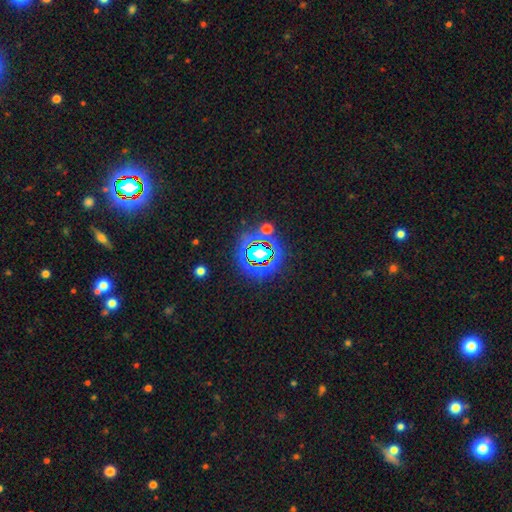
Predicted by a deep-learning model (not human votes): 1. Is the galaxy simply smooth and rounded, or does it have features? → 67% star or artifact, 21% smooth, 12% featured or disk.